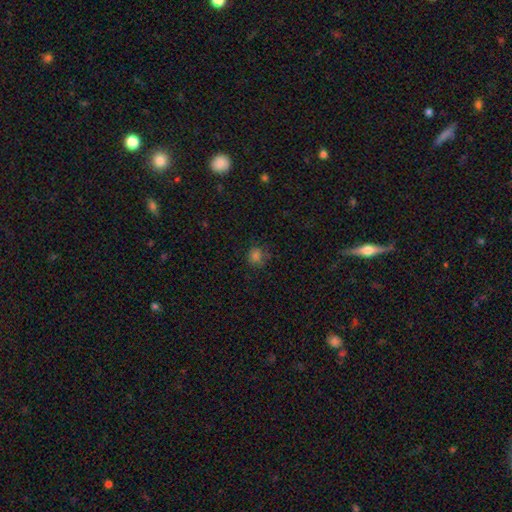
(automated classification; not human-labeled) smooth_or_featured: smooth (p=0.77) [alt: star or artifact p=0.17]
how_rounded: round (p=0.84) [alt: in between p=0.15]
merging: none (p=0.74) [alt: minor disturbance p=0.18]